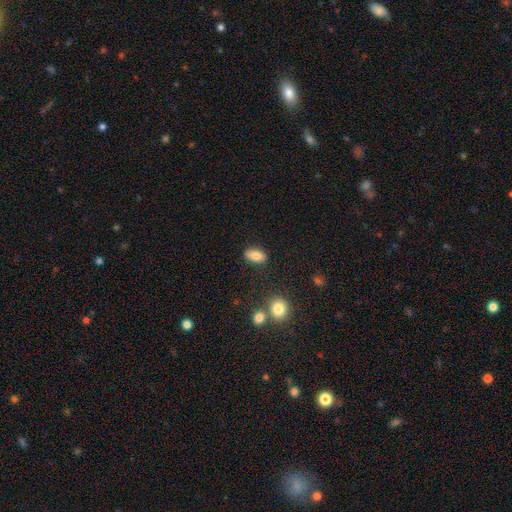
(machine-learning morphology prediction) Smooth or featured? Predicted: smooth (p=0.81). How rounded? Predicted: in between (p=0.87). Merging? Predicted: none (p=0.84).